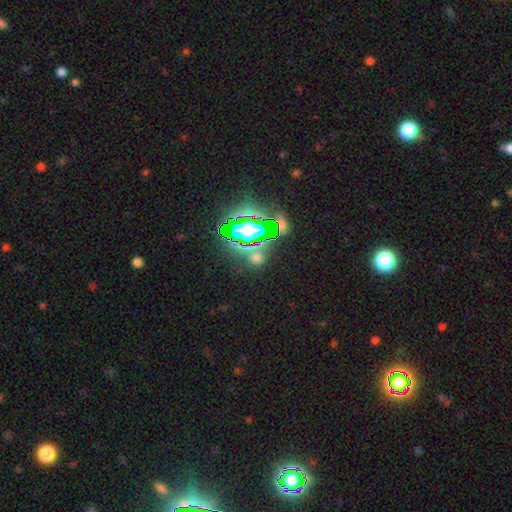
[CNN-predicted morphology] Q: Smooth or featured?
A: star or artifact (67%); runner-up: smooth (20%)